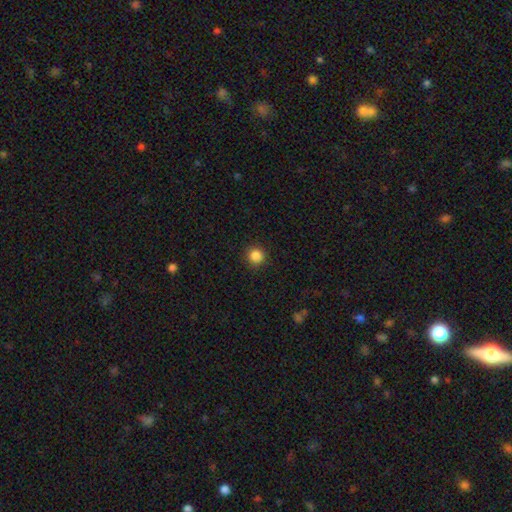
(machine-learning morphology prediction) smooth-or-featured: smooth: 85% | star or artifact: 11% | featured or disk: 3%
  how-rounded: round: 94% | in between: 5% | cigar-shaped: 1%
  merging: none: 91% | minor disturbance: 6% | major disturbance: 2% | merger: 1%